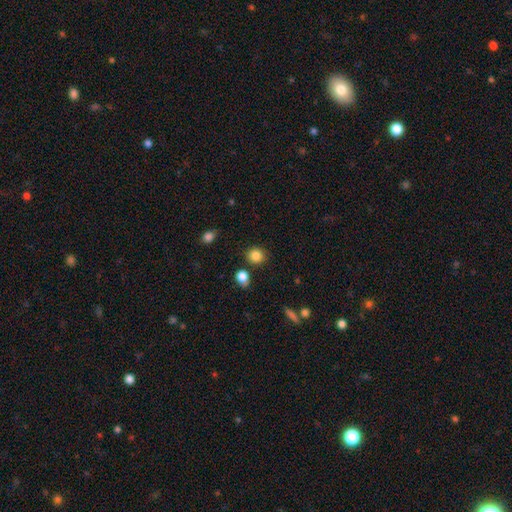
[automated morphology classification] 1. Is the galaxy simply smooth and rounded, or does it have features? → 85% smooth, 10% star or artifact, 4% featured or disk.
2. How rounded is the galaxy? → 86% round, 13% in between, 1% cigar-shaped.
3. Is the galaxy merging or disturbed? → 84% none, 8% minor disturbance, 5% merger, 2% major disturbance.